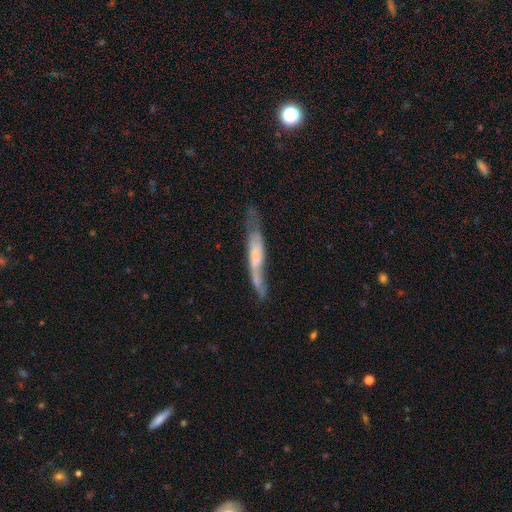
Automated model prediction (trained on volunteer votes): smooth-or-featured: featured or disk: 50% | smooth: 44% | star or artifact: 6%
  merging: none: 44% | minor disturbance: 29% | major disturbance: 19% | merger: 8%